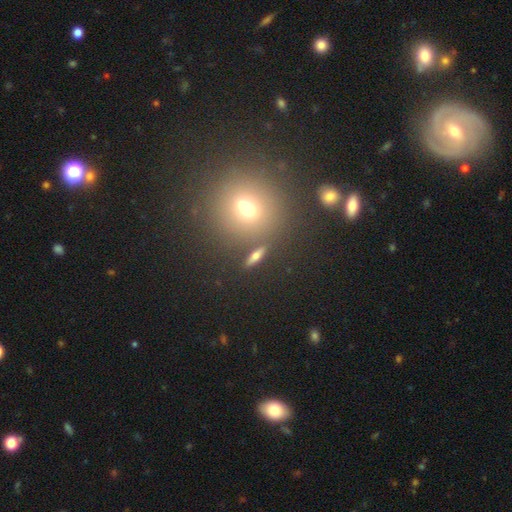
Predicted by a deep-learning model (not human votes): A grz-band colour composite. It shows a smooth galaxy with no disk features (54%) that is cigar-shaped (46%). Merging: none (83%).